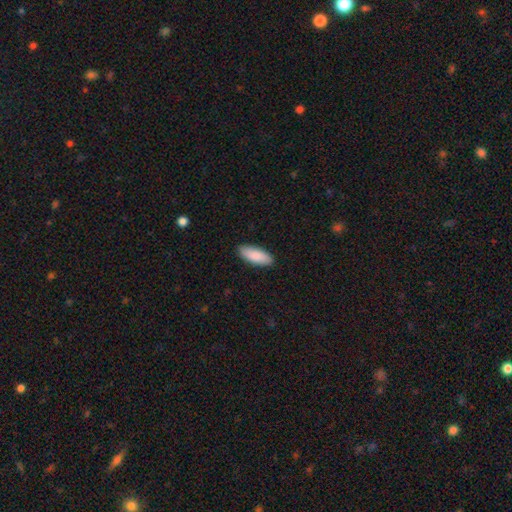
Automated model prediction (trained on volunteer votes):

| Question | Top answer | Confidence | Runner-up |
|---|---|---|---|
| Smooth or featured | smooth | 88% | featured or disk (7%) |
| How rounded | in between | 75% | cigar-shaped (24%) |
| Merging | none | 90% | minor disturbance (8%) |